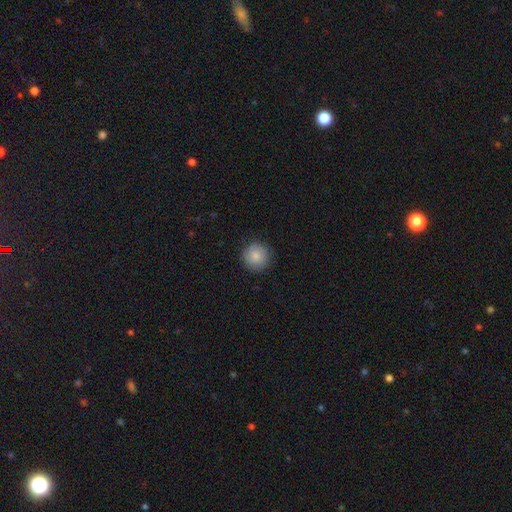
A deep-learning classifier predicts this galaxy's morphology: smooth_or_featured: smooth (p=0.84) [alt: featured or disk p=0.09]
how_rounded: round (p=0.95) [alt: in between p=0.04]
merging: none (p=0.89) [alt: minor disturbance p=0.08]